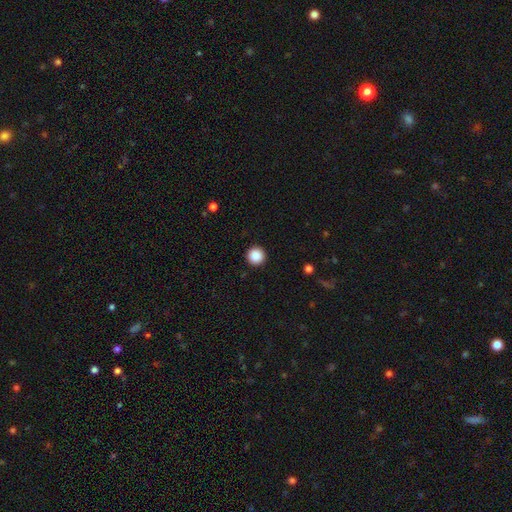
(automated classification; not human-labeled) Q: Smooth or featured?
A: smooth (88%); runner-up: star or artifact (10%)
Q: How rounded?
A: round (96%); runner-up: in between (3%)
Q: Merging?
A: none (93%); runner-up: minor disturbance (5%)